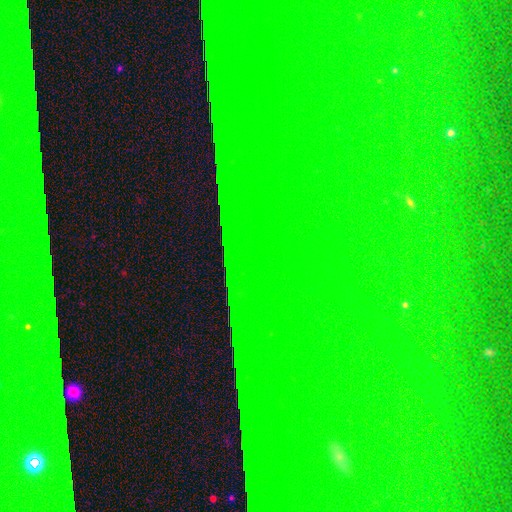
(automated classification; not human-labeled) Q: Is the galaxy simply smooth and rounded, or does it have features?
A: star or artifact — 87%.